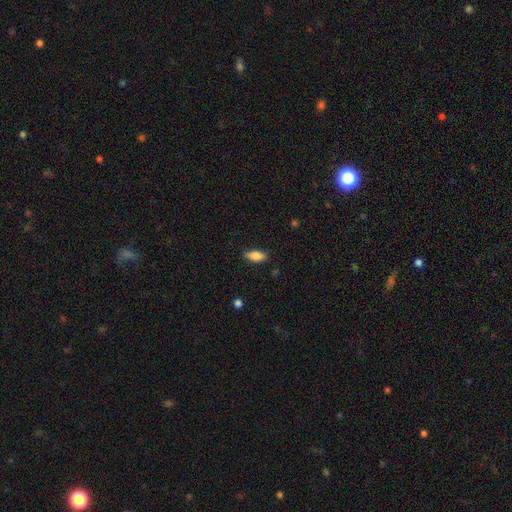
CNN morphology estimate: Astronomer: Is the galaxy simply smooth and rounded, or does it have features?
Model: smooth — 82%.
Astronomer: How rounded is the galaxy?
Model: in between — 84%.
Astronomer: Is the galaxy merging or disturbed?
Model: none — 84%.